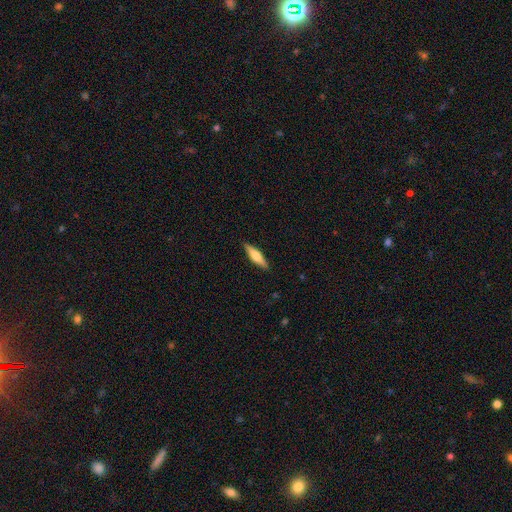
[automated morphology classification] Smooth or featured? Predicted: smooth (p=0.55). How rounded? Predicted: cigar-shaped (p=0.72). Merging? Predicted: none (p=0.89).